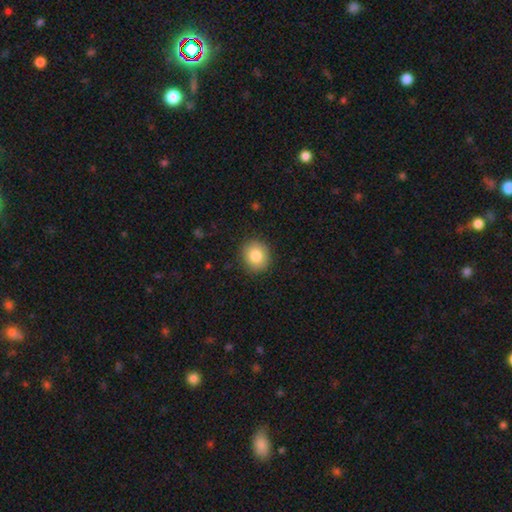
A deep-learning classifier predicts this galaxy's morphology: type=smooth (84%); roundness=round (84%); merging=none (90%).